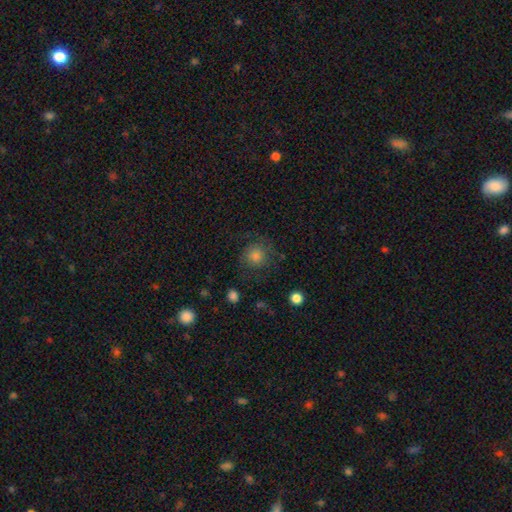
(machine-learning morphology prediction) A smooth galaxy with no disk features (65%) that is round (90%).

Vote fractions:
- Smooth or featured? smooth: 65% / featured or disk: 21% / star or artifact: 15%
- How rounded? round: 90% / in between: 9% / cigar-shaped: 1%
- Merging? none: 74% / minor disturbance: 15% / major disturbance: 10% / merger: 2%